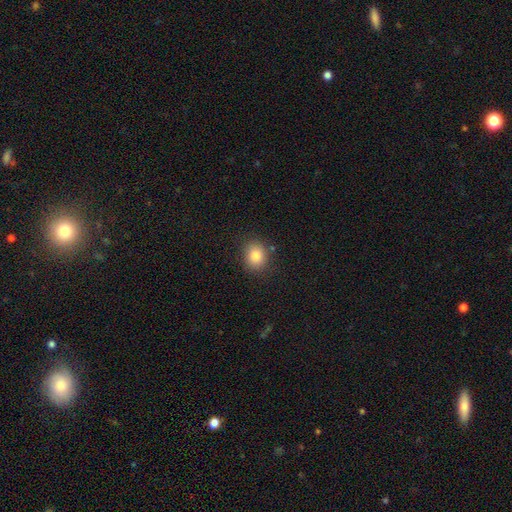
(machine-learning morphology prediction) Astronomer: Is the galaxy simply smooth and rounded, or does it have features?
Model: smooth — 83%.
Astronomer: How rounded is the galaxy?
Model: round — 65%.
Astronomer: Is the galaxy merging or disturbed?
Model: none — 85%.